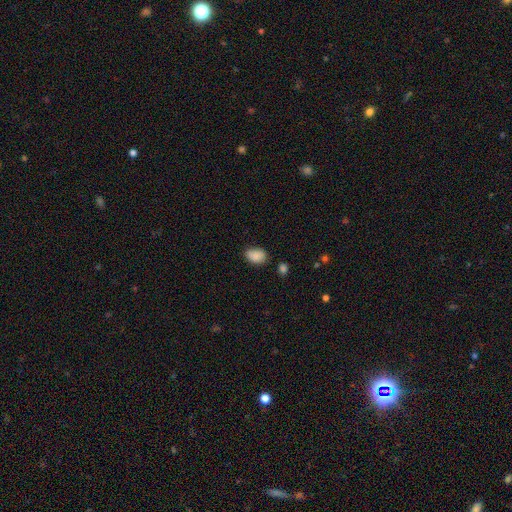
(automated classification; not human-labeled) Smooth or featured: smooth — 87% (star or artifact — 8%)
How rounded: in between — 84% (round — 15%)
Merging: none — 71% (minor disturbance — 21%)